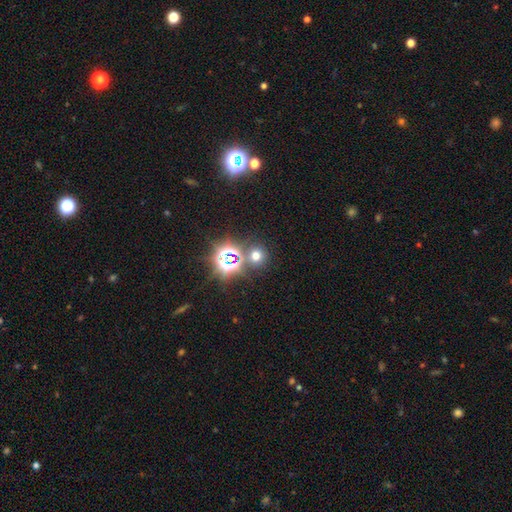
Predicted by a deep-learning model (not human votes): Smooth or featured? Predicted: smooth (p=0.55). How rounded? Predicted: round (p=0.86). Merging? Predicted: none (p=0.77).